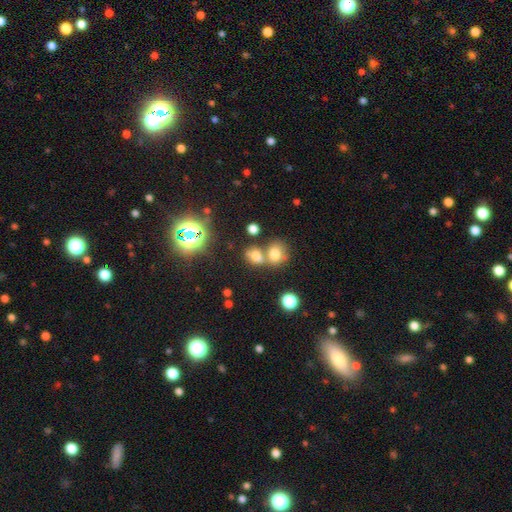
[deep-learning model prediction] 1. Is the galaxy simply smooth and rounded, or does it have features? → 67% smooth, 21% star or artifact, 12% featured or disk.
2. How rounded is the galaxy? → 51% in between, 47% round, 2% cigar-shaped.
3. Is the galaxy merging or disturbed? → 52% merger, 35% none, 9% minor disturbance, 4% major disturbance.